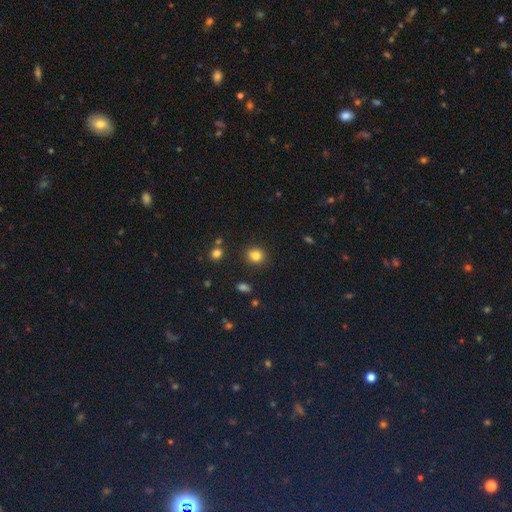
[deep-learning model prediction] Morphology: type=smooth (82%); roundness=round (79%); merging=none (86%).